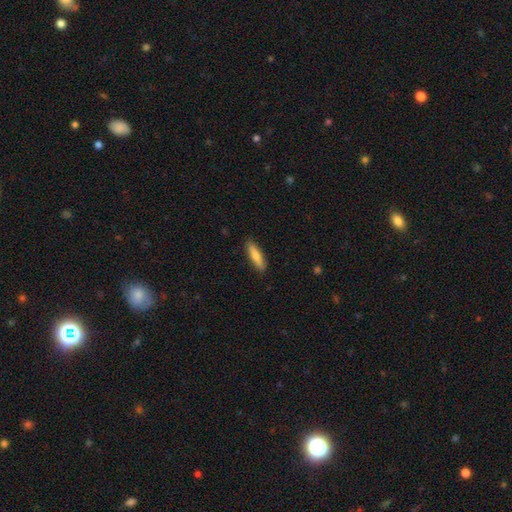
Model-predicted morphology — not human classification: type=smooth (73%); roundness=cigar-shaped (76%); merging=none (89%).